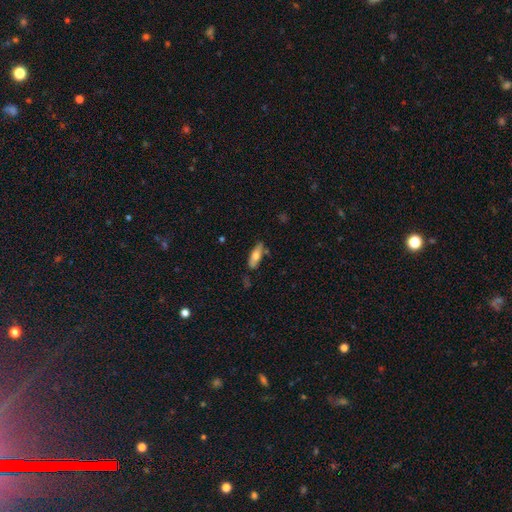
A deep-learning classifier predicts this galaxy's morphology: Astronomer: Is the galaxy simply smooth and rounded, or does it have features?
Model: smooth — 69%.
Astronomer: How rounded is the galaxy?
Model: in between — 60% (runner-up: cigar-shaped, 38%).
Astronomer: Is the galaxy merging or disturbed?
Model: none — 71%.